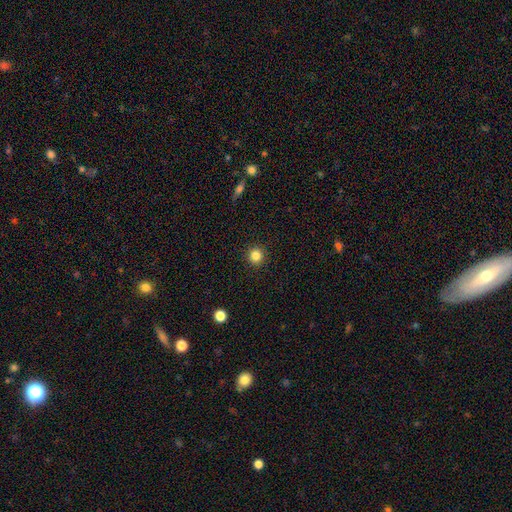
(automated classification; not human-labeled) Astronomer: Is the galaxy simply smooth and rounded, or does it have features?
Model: smooth — 83%.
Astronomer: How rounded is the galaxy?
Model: round — 95%.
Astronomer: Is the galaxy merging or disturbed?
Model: none — 93%.